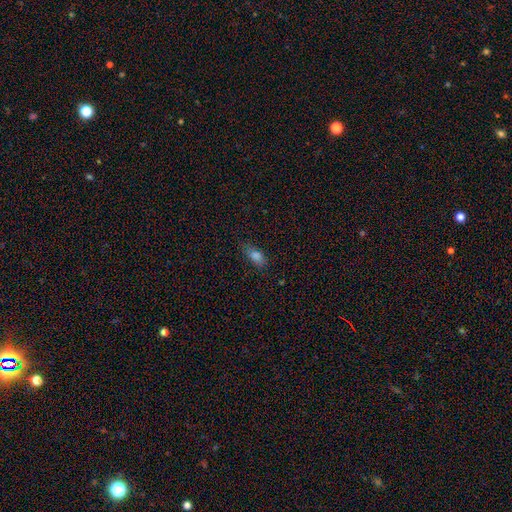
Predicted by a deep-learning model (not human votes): Smooth or featured: smooth — 79% (star or artifact — 12%)
How rounded: in between — 79% (cigar-shaped — 16%)
Merging: none — 72% (minor disturbance — 21%)